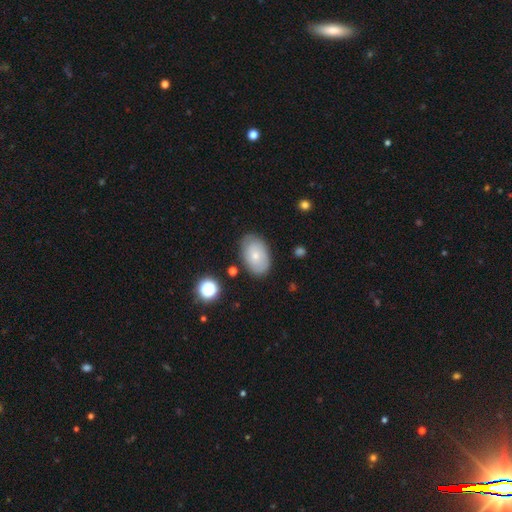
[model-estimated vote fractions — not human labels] Smooth or featured: smooth — 59% (featured or disk — 33%)
How rounded: in between — 88% (round — 11%)
Merging: none — 79% (minor disturbance — 15%)